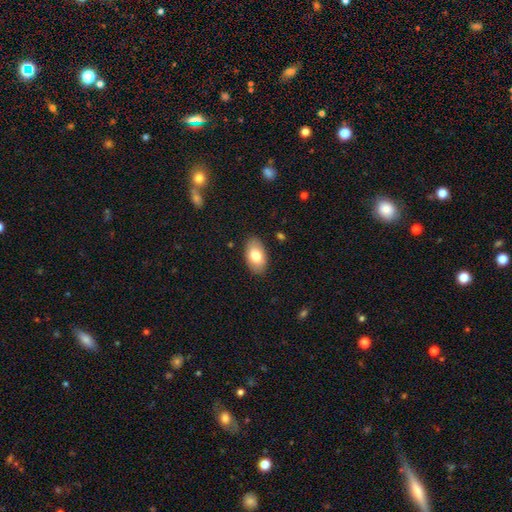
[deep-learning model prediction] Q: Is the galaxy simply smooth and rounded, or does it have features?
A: smooth — 79%.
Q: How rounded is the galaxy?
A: in between — 93%.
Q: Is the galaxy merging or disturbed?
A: none — 86%.